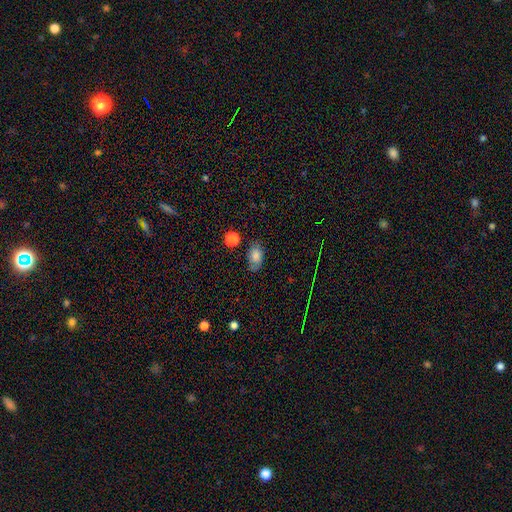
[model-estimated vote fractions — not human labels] Smooth or featured: smooth — 76% (featured or disk — 12%)
How rounded: in between — 87% (round — 11%)
Merging: none — 71% (minor disturbance — 21%)